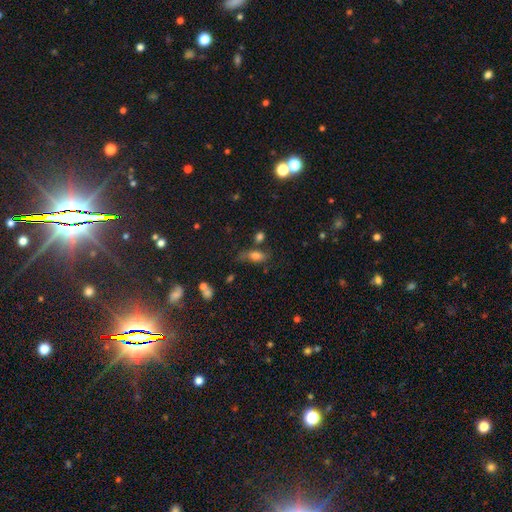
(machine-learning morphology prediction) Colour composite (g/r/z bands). It shows a smooth galaxy with no disk features (72%) that is in between round and cigar-shaped (79%). Merging: none (50%).